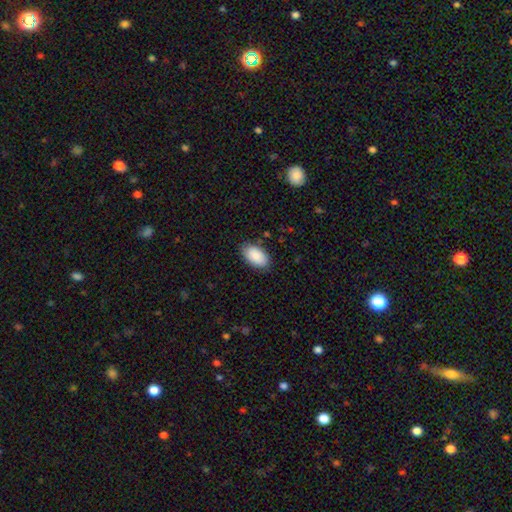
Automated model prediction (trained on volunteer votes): Smooth or featured? Predicted: smooth (p=0.90). How rounded? Predicted: in between (p=0.95). Merging? Predicted: none (p=0.83).